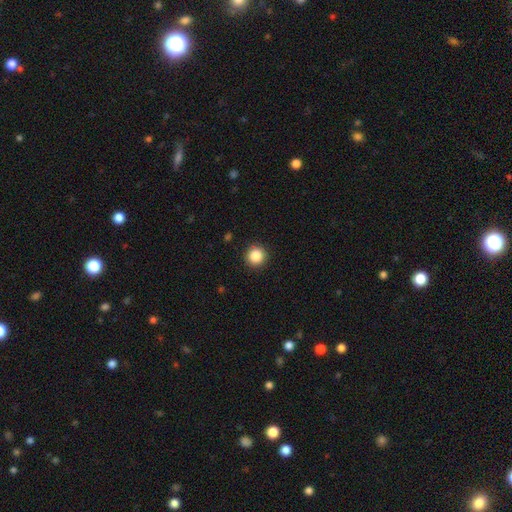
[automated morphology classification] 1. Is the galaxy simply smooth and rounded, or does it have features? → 86% smooth, 10% star or artifact, 4% featured or disk.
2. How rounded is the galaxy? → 95% round, 4% in between, 1% cigar-shaped.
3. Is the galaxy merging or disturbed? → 92% none, 5% minor disturbance, 2% major disturbance, 1% merger.